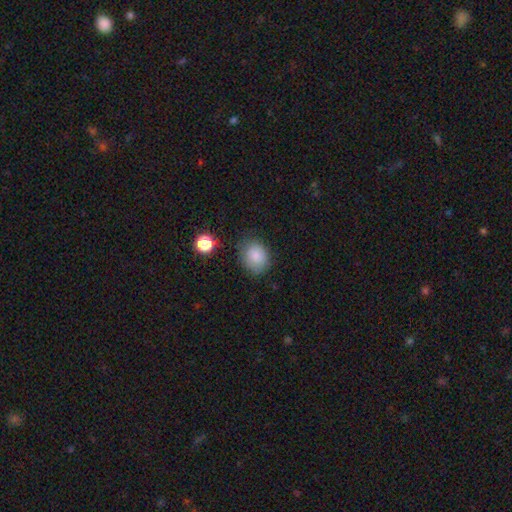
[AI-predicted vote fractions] A smooth galaxy with no disk features (83%) that is round (53%).

Vote fractions:
- Smooth or featured? smooth: 83% / star or artifact: 10% / featured or disk: 7%
- How rounded? round: 53% / in between: 46% / cigar-shaped: 1%
- Merging? none: 73% / minor disturbance: 19% / major disturbance: 5% / merger: 3%